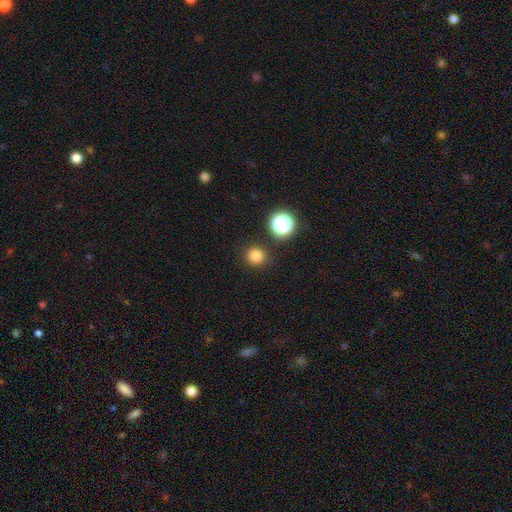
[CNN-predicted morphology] smooth_or_featured: smooth (p=0.81) [alt: star or artifact p=0.15]
how_rounded: round (p=0.91) [alt: in between p=0.08]
merging: none (p=0.88) [alt: minor disturbance p=0.06]